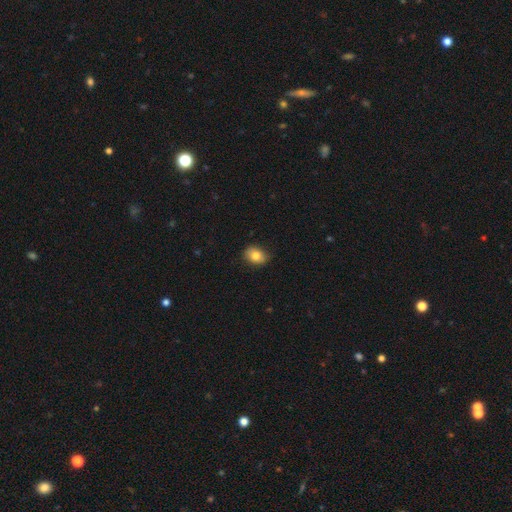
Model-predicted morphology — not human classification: Smooth or featured?
  - smooth: 80% *
  - featured or disk: 11%
  - star or artifact: 9%
How rounded?
  - in between: 68% *
  - round: 31%
  - cigar-shaped: 1%
Merging?
  - none: 84% *
  - minor disturbance: 13%
  - major disturbance: 2%
  - merger: 1%